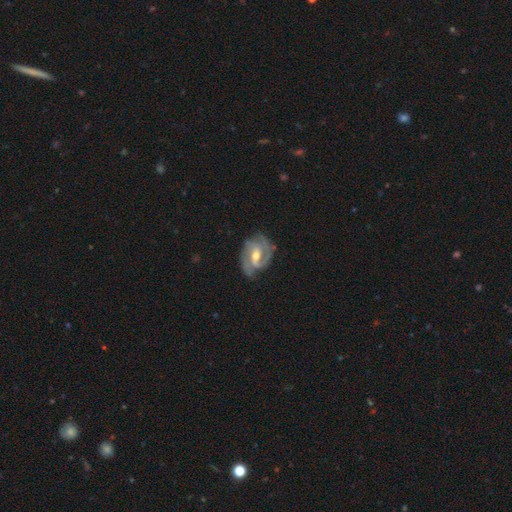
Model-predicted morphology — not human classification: This appears to be a featured or disk galaxy (86%) with a weak bar (50%), 2 (64%) medium (47%) spiral arms (95%) and a moderate central bulge (67%). Merging: none (68%).